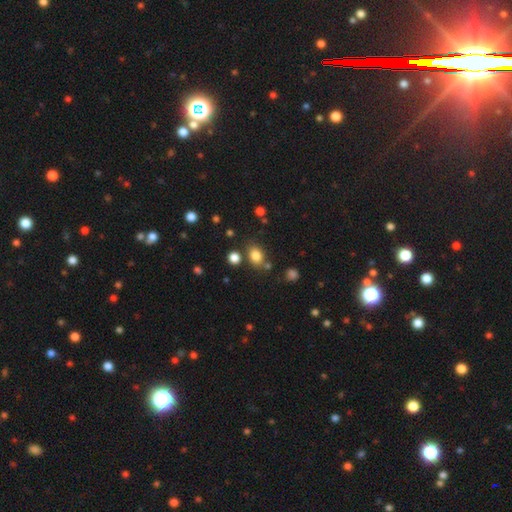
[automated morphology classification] A smooth galaxy with no disk features (82%) that is in between round and cigar-shaped (59%).

Vote fractions:
- Smooth or featured? smooth: 82% / star or artifact: 12% / featured or disk: 6%
- How rounded? in between: 59% / round: 40% / cigar-shaped: 1%
- Merging? none: 74% / minor disturbance: 13% / merger: 9% / major disturbance: 4%